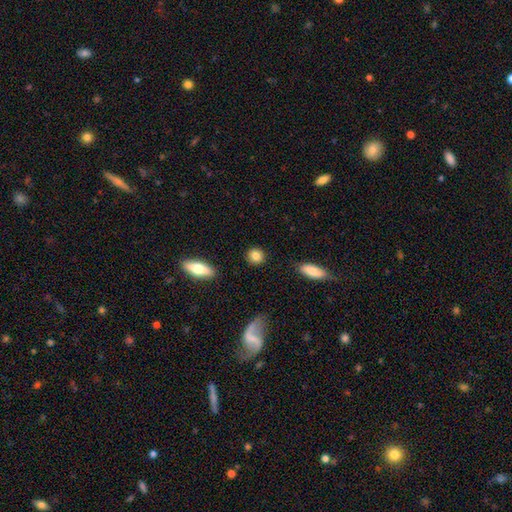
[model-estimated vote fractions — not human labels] Q: Smooth or featured?
A: smooth (85%); runner-up: star or artifact (8%)
Q: How rounded?
A: round (81%); runner-up: in between (17%)
Q: Merging?
A: none (89%); runner-up: minor disturbance (8%)